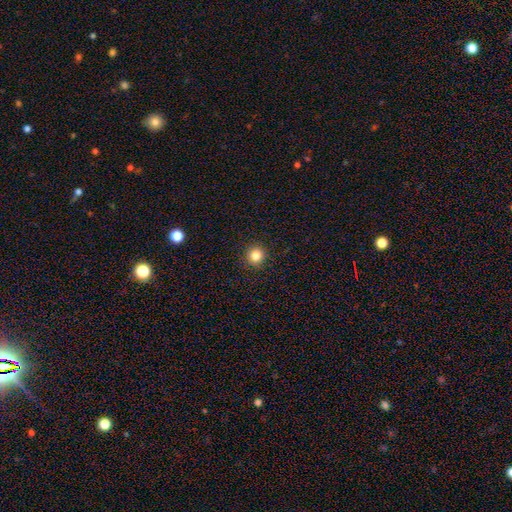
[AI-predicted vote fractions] The model was most divided on "smooth or featured": smooth: 83%, star or artifact: 12%, featured or disk: 5%. More confident: how rounded — round (94%); merging — none (93%).